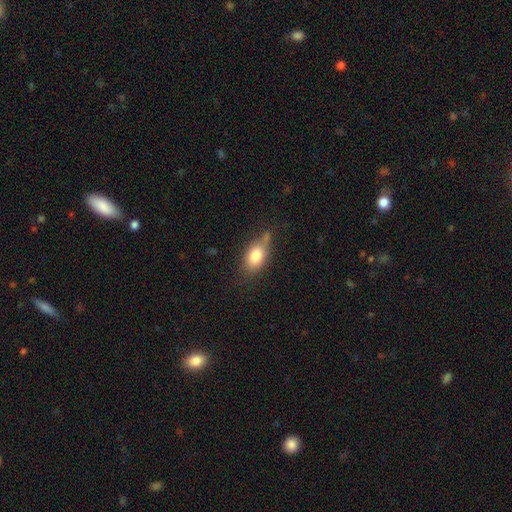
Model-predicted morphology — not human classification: Q: Smooth or featured?
A: smooth (77%); runner-up: featured or disk (14%)
Q: How rounded?
A: in between (81%); runner-up: round (15%)
Q: Merging?
A: none (54%); runner-up: minor disturbance (30%)